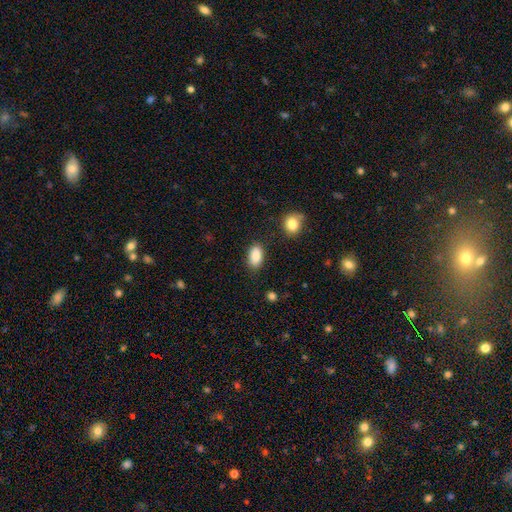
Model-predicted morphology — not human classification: smooth-or-featured: smooth: 89% | star or artifact: 7% | featured or disk: 4%
  how-rounded: in between: 92% | round: 6% | cigar-shaped: 2%
  merging: none: 82% | minor disturbance: 12% | major disturbance: 3% | merger: 3%